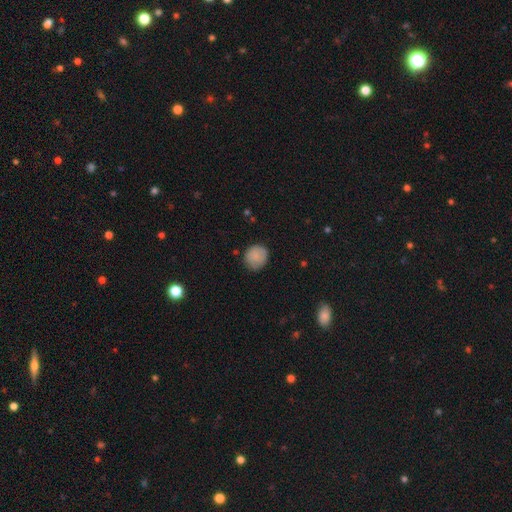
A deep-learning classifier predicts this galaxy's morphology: smooth_or_featured: smooth (p=0.82) [alt: featured or disk p=0.10]
how_rounded: round (p=0.83) [alt: in between p=0.16]
merging: none (p=0.76) [alt: minor disturbance p=0.18]